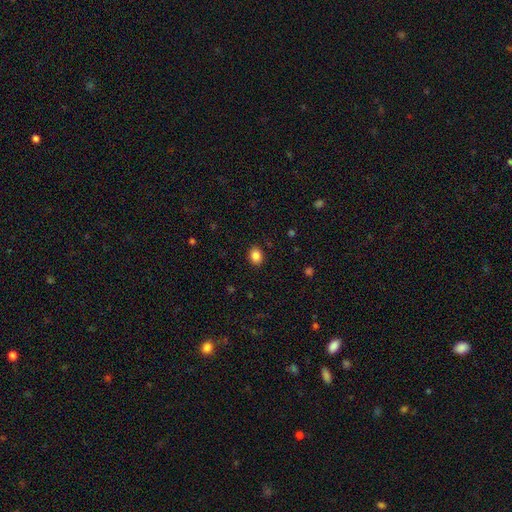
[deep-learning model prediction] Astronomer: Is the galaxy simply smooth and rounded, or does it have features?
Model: smooth — 86%.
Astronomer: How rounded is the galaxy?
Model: in between — 61% (runner-up: round, 38%).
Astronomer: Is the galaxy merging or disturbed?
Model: none — 89%.